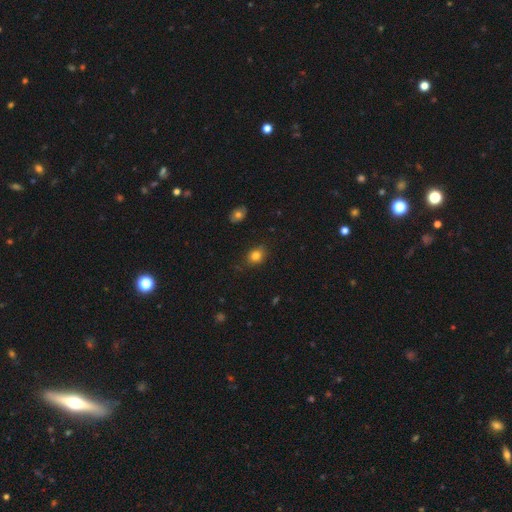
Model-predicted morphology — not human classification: The model was most divided on "how rounded": round: 51%, in between: 47%, cigar-shaped: 1%. More confident: smooth or featured — smooth (81%); merging — none (73%).